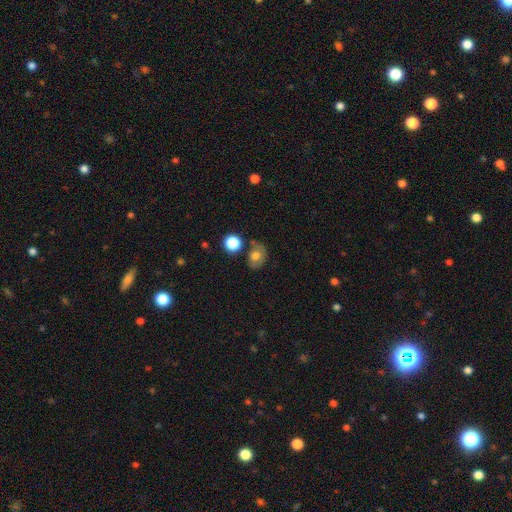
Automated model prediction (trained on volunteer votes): smooth-or-featured: smooth: 68% | featured or disk: 21% | star or artifact: 11%
  how-rounded: in between: 57% | round: 42% | cigar-shaped: 1%
  merging: none: 65% | minor disturbance: 18% | merger: 11% | major disturbance: 6%